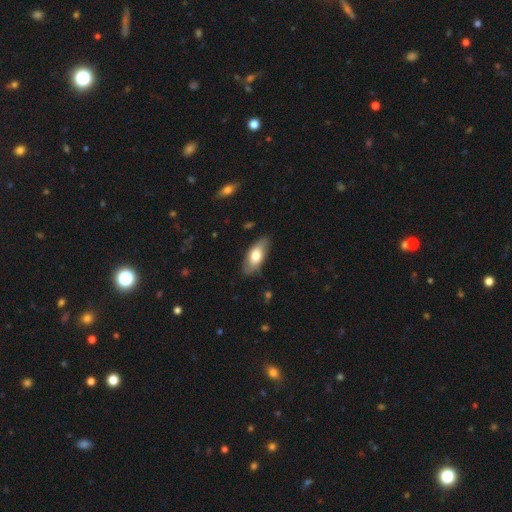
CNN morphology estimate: A smooth galaxy with no disk features (68%) that is in between round and cigar-shaped (85%).

Vote fractions:
- Smooth or featured? smooth: 68% / featured or disk: 27% / star or artifact: 6%
- How rounded? in between: 85% / cigar-shaped: 12% / round: 3%
- Merging? none: 81% / minor disturbance: 15% / major disturbance: 3% / merger: 1%